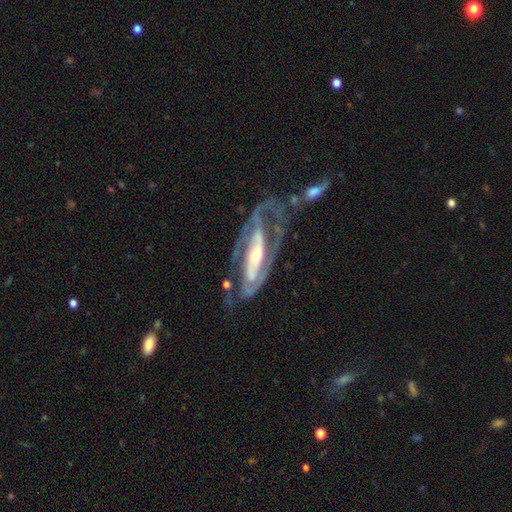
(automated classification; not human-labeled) The model was most divided on "spiral winding": medium: 44%, tight: 40%, loose: 17%. More confident: spiral arms — yes (93%); edge-on disk — no (91%); smooth or featured — featured or disk (90%); spiral arm count — 2 (83%); bulge size — moderate (58%); merging — none (54%); bar — strong (53%).